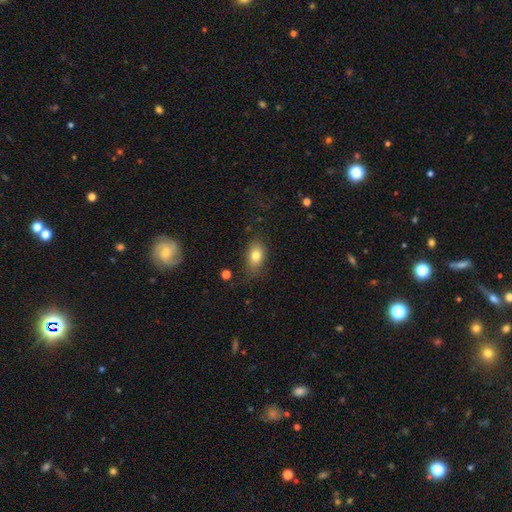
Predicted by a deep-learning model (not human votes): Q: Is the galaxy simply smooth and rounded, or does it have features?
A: smooth — 79%.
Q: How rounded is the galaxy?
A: in between — 82%.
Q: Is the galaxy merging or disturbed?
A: none — 72%.